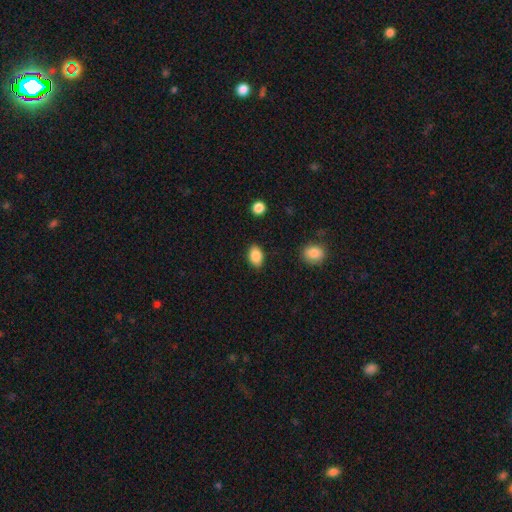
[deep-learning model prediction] Morphology: type=smooth (87%); roundness=in between (85%); merging=none (86%).